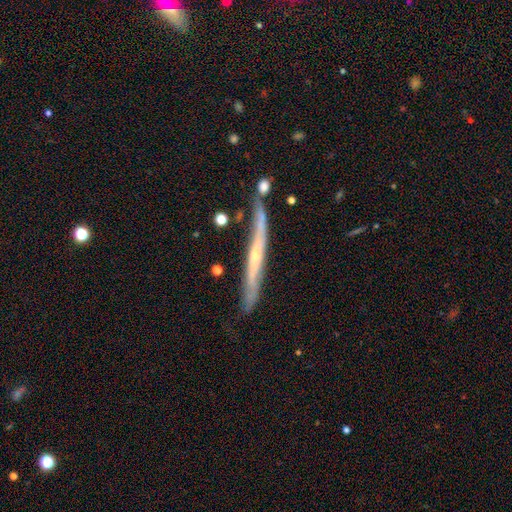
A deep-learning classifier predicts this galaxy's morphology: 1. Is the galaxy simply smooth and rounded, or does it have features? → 73% featured or disk, 21% smooth, 6% star or artifact.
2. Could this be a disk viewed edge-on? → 91% yes, 9% no.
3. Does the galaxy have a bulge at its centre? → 48% none, 47% rounded, 5% boxy.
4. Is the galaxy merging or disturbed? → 70% none, 20% minor disturbance, 6% merger, 4% major disturbance.